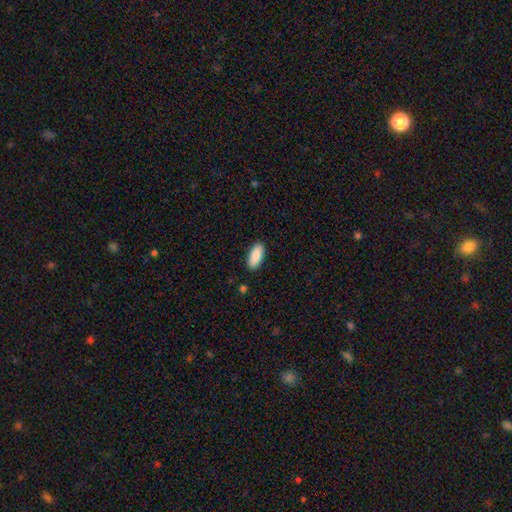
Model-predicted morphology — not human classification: smooth_or_featured: smooth (p=0.89) [alt: star or artifact p=0.06]
how_rounded: in between (p=0.88) [alt: cigar-shaped p=0.10]
merging: none (p=0.90) [alt: minor disturbance p=0.07]